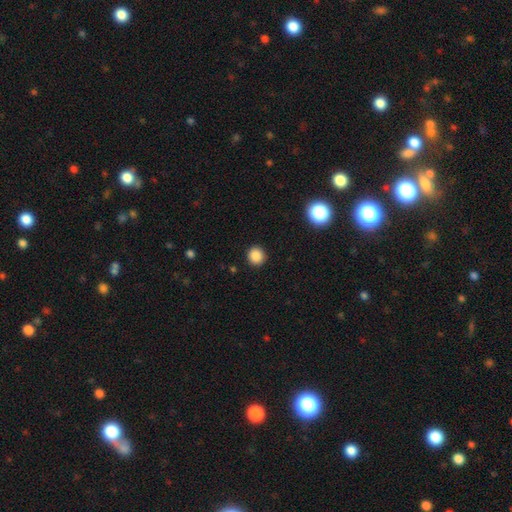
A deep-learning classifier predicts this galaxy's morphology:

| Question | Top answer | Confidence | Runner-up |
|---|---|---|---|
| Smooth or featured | smooth | 86% | star or artifact (11%) |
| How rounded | round | 93% | in between (7%) |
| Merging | none | 92% | minor disturbance (5%) |